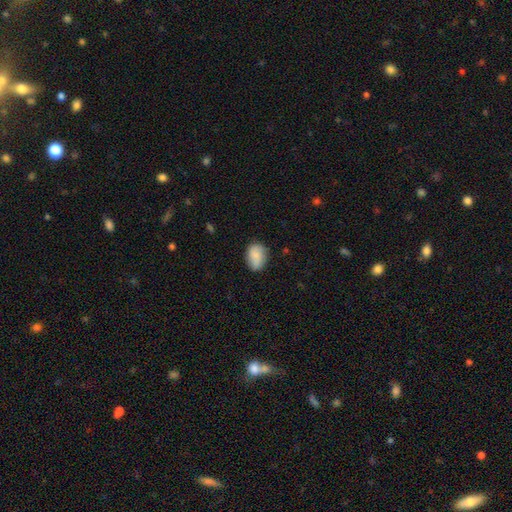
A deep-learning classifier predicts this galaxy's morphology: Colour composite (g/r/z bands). It shows a smooth galaxy with no disk features (85%) that is in between round and cigar-shaped (79%). Merging: none (78%).